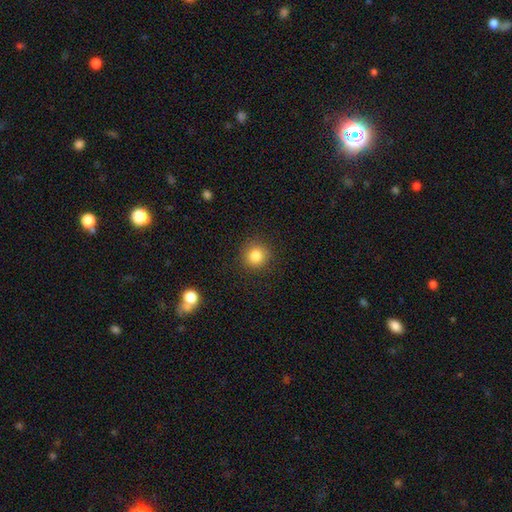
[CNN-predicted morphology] A smooth galaxy with no disk features (84%) that is round (93%). Merging: none (90%).